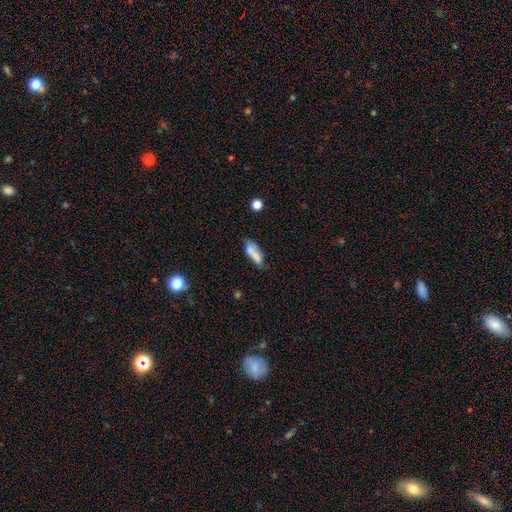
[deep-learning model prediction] Smooth or featured? Predicted: smooth (p=0.69). How rounded? Predicted: in between (p=0.63). Merging? Predicted: none (p=0.43).